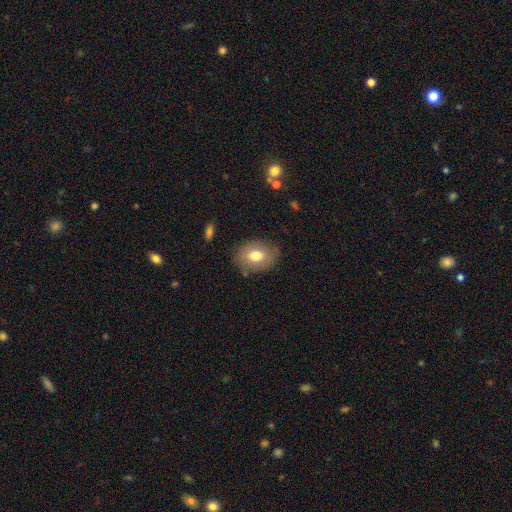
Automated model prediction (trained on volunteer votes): Morphology: type=smooth (72%); roundness=in between (66%); merging=none (80%).